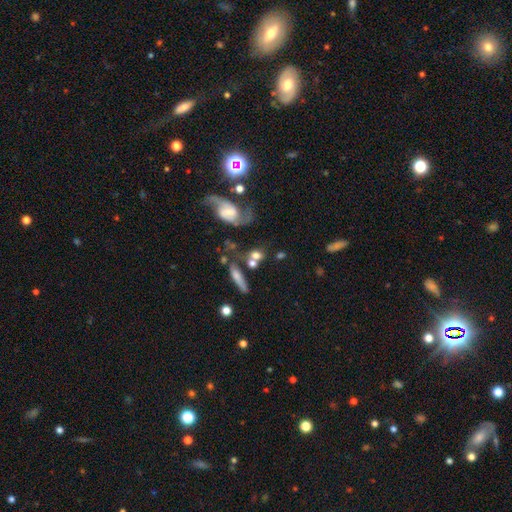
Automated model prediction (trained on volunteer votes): smooth_or_featured: smooth (p=0.57) [alt: featured or disk p=0.32]
how_rounded: in between (p=0.39) [tied with: round p=0.39]
merging: none (p=0.44) [alt: merger p=0.29]